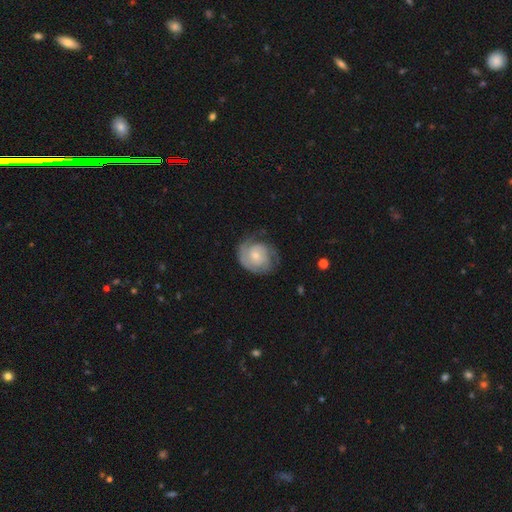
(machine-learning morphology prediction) Smooth or featured? featured or disk (80%)
Edge-on disk? no (98%)
Bar? no (76%)
Spiral arms? yes (94%)
Spiral winding? tight (62%)
Spiral arm count? 2 (46%)
Bulge size? small (64%)
Merging? none (67%)